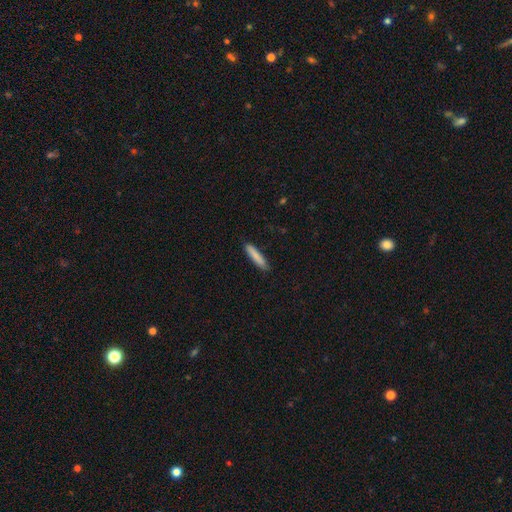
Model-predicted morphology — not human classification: Smooth or featured: smooth — 85% (featured or disk — 9%)
How rounded: cigar-shaped — 89% (in between — 9%)
Merging: none — 87% (minor disturbance — 10%)